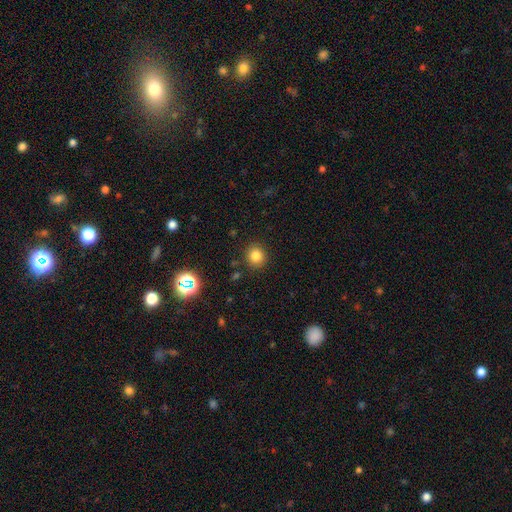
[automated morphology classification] type=smooth (81%); roundness=round (88%); merging=none (89%).